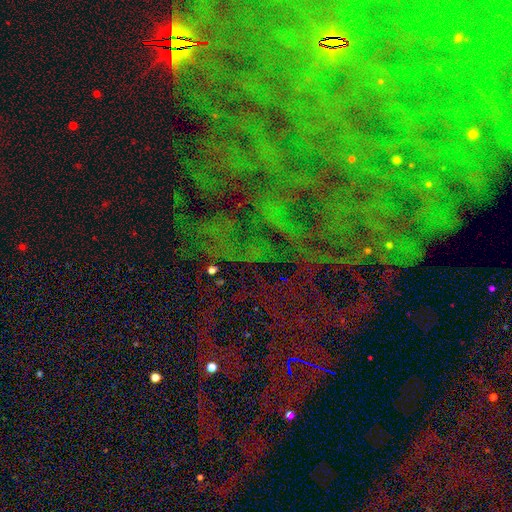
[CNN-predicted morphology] The model was most divided on "smooth or featured": star or artifact: 74%, featured or disk: 16%, smooth: 10%.